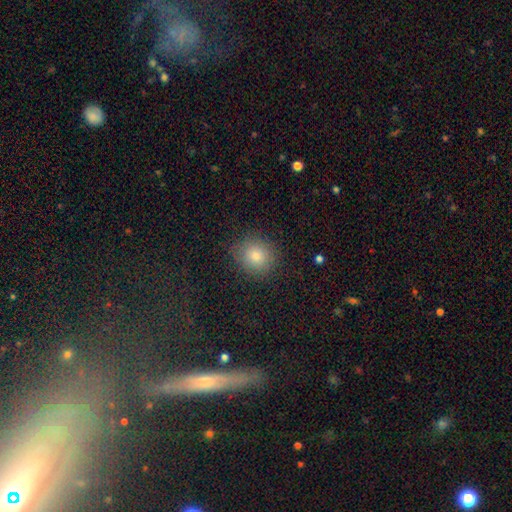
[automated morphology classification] Smooth or featured: smooth — 79% (star or artifact — 13%)
How rounded: round — 85% (in between — 14%)
Merging: none — 86% (minor disturbance — 10%)